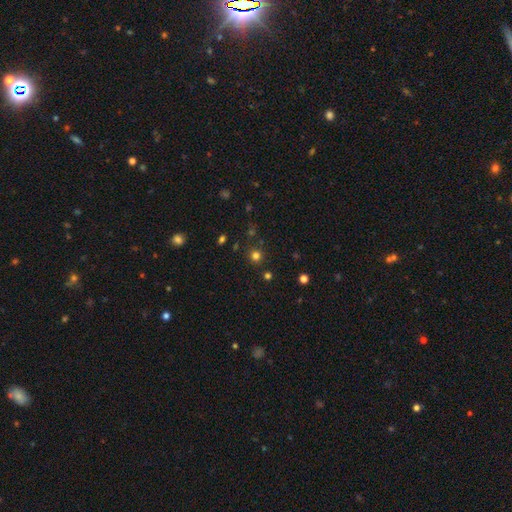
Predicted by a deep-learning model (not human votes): Smooth or featured? smooth (74%)
How rounded? round (94%)
Merging? none (87%)